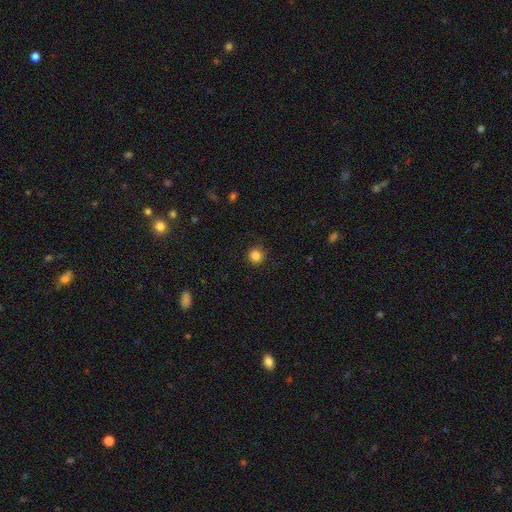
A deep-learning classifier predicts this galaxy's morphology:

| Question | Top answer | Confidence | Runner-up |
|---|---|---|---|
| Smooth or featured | smooth | 85% | star or artifact (11%) |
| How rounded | round | 94% | in between (5%) |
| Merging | none | 90% | minor disturbance (6%) |